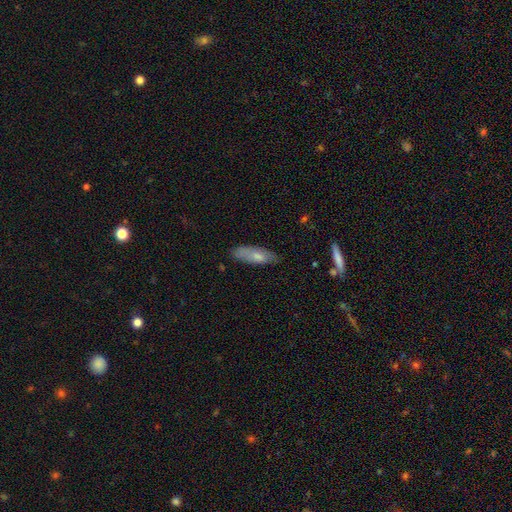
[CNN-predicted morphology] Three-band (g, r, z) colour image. It shows a smooth galaxy with no disk features (72%) that is in between round and cigar-shaped (52%). Merging: none (73%).